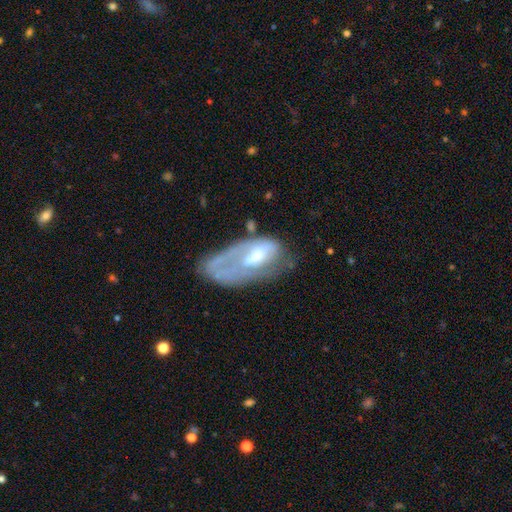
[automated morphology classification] This appears to be a featured or disk galaxy (61%) with no bar (48%), spiral arms (52%) and a moderate central bulge (48%). Merging: major disturbance (37%).